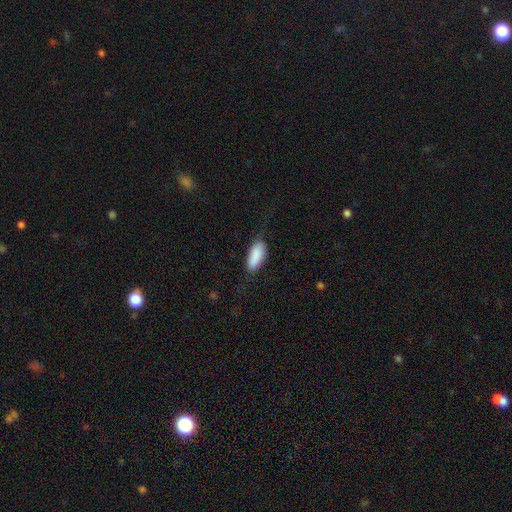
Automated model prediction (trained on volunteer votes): smooth-or-featured: smooth: 87% | featured or disk: 7% | star or artifact: 6%
  how-rounded: in between: 83% | cigar-shaped: 15% | round: 2%
  merging: none: 68% | minor disturbance: 22% | major disturbance: 9% | merger: 2%